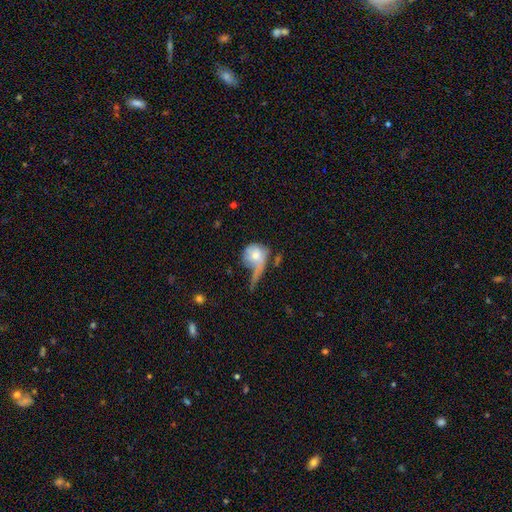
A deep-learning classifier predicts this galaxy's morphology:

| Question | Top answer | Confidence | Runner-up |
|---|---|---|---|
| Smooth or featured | smooth | 61% | featured or disk (31%) |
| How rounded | round | 70% | in between (28%) |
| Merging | major disturbance | 49% | minor disturbance (19%) |